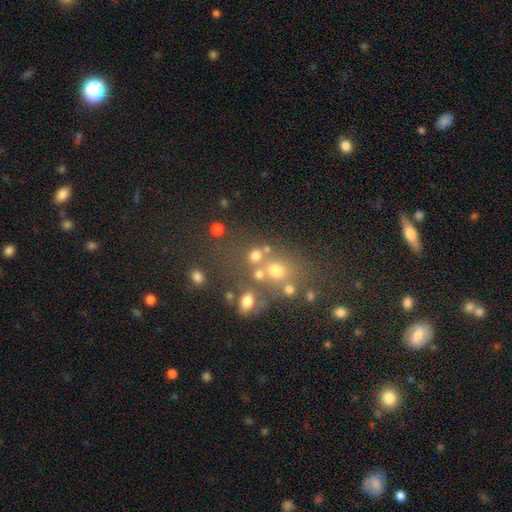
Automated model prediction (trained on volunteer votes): A smooth galaxy with no disk features (65%) that is round (73%). Merging: none (53%).